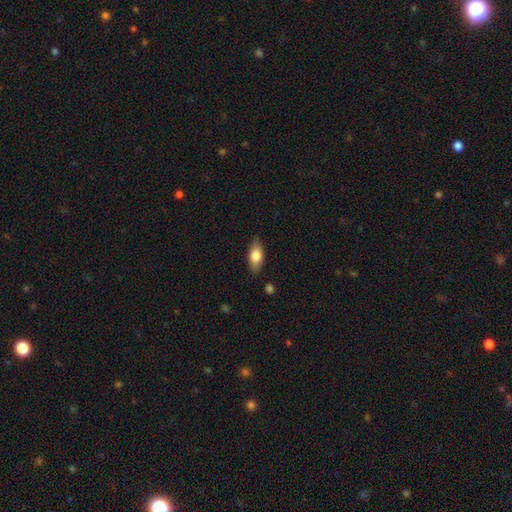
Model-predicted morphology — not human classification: This appears to be a smooth galaxy with no disk features (77%) that is in between round and cigar-shaped (84%). Merging: none (85%).